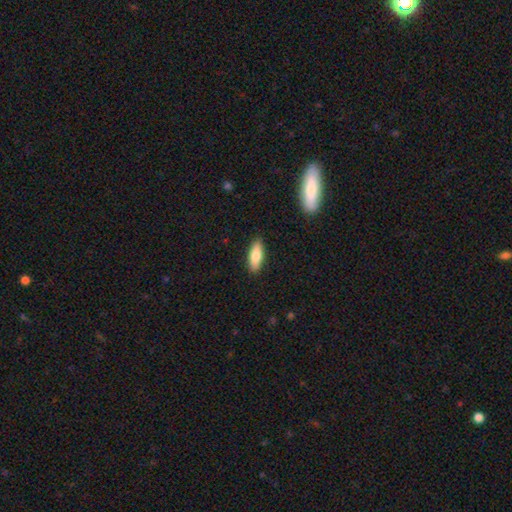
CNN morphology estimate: Smooth or featured?
  - smooth: 79% *
  - featured or disk: 14%
  - star or artifact: 6%
How rounded?
  - in between: 64% *
  - cigar-shaped: 33%
  - round: 2%
Merging?
  - none: 88% *
  - minor disturbance: 8%
  - major disturbance: 2%
  - merger: 1%